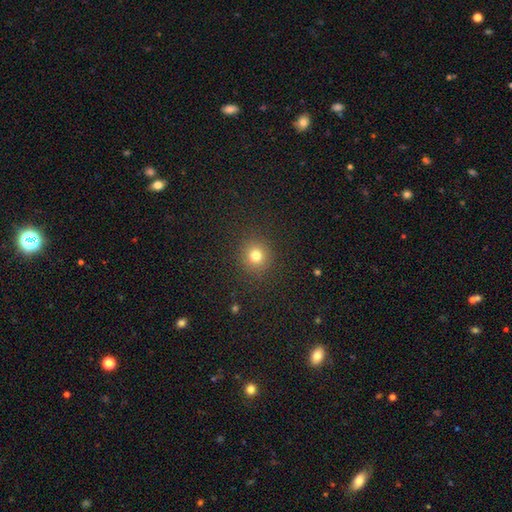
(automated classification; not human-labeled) Morphology: type=smooth (78%); roundness=round (90%); merging=none (90%).